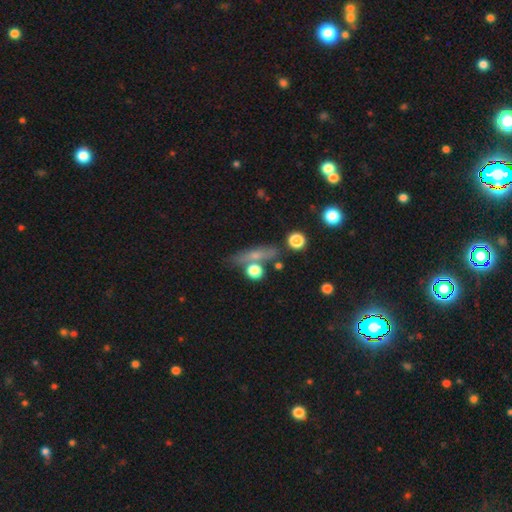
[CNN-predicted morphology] A smooth galaxy with no disk features (52%) that is cigar-shaped (60%). Merging: none (70%).